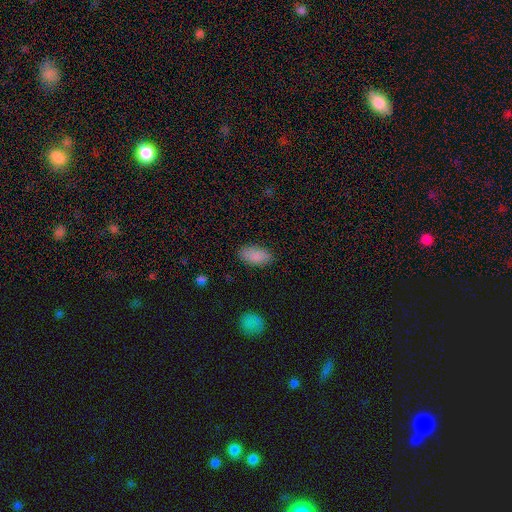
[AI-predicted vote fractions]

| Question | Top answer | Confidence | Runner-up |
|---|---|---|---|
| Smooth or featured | smooth | 88% | star or artifact (7%) |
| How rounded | in between | 94% | cigar-shaped (3%) |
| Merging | none | 86% | minor disturbance (10%) |